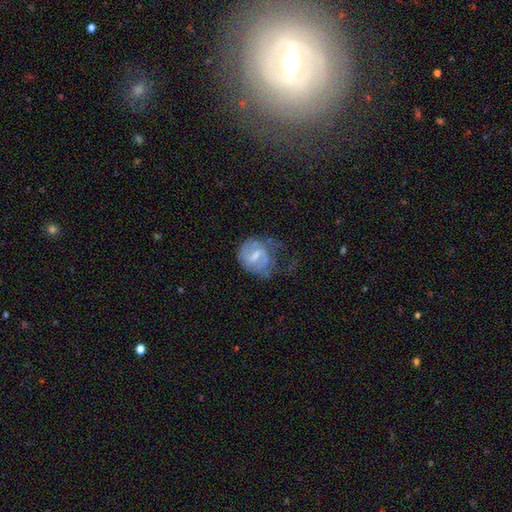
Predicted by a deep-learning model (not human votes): Overall: featured or disk (68%). Edge-on disk: no (98%). Bar: weak (59%; strong 24%). Spiral arms: yes (78%). Spiral arm count: 2 (62%). Spiral winding: medium (44%; tight 29%). Bulge size: small (42%; moderate 41%). Merging: none (40%; minor disturbance 29%).